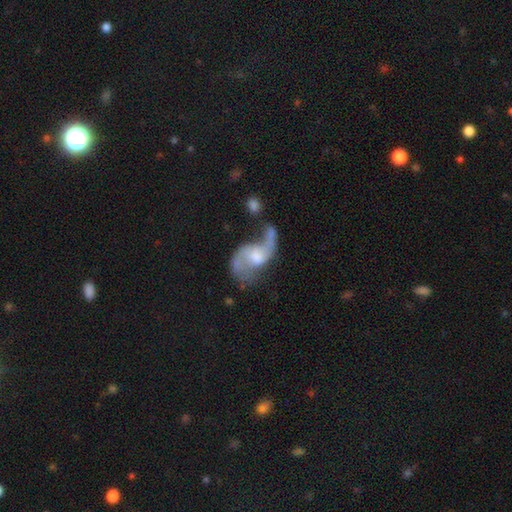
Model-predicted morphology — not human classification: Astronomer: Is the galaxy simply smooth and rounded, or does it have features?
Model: featured or disk — 79%.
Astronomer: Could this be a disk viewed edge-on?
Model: no — 96%.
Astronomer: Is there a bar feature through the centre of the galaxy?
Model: no — 52% (runner-up: weak, 40%).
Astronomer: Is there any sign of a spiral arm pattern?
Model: yes — 88%.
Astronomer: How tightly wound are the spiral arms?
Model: loose — 71%.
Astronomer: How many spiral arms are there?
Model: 2 — 82%.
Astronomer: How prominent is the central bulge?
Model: moderate — 45% (runner-up: small, 26%).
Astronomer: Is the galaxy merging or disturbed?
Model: major disturbance — 29% (runner-up: none, 28%).